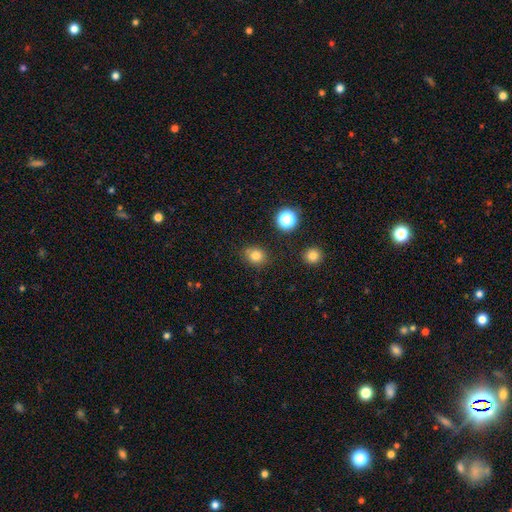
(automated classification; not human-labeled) This appears to be a smooth galaxy with no disk features (80%) that is round (74%). Merging: none (81%).